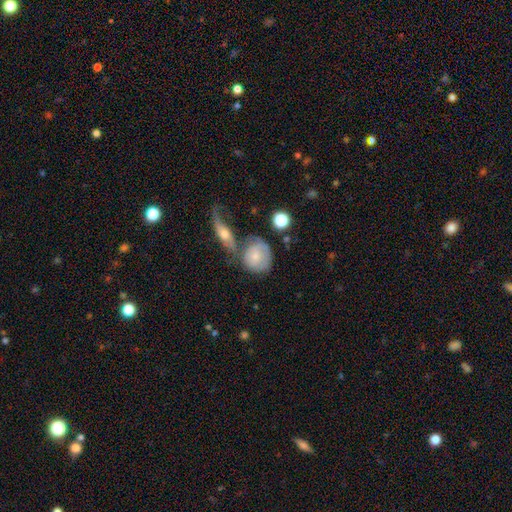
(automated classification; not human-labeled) This appears to be a smooth galaxy with no disk features (62%) that is round (73%). Merging: none (42%).